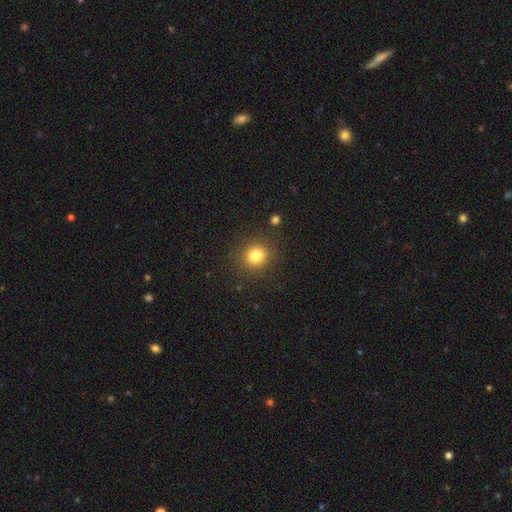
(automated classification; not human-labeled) Morphology: type=smooth (81%); roundness=round (91%); merging=none (88%).